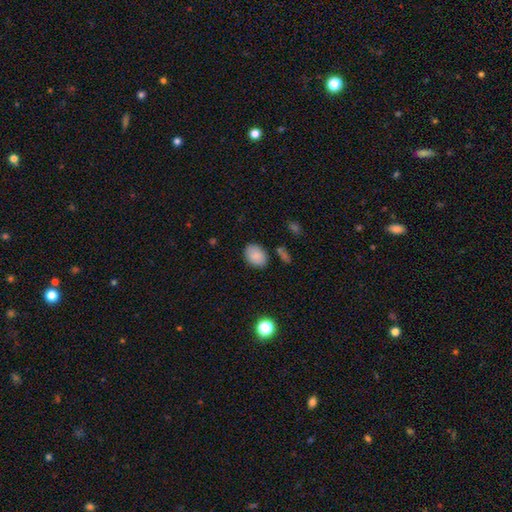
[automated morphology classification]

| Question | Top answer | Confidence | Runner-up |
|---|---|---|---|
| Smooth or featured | smooth | 85% | star or artifact (8%) |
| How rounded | in between | 75% | round (24%) |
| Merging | none | 80% | minor disturbance (14%) |